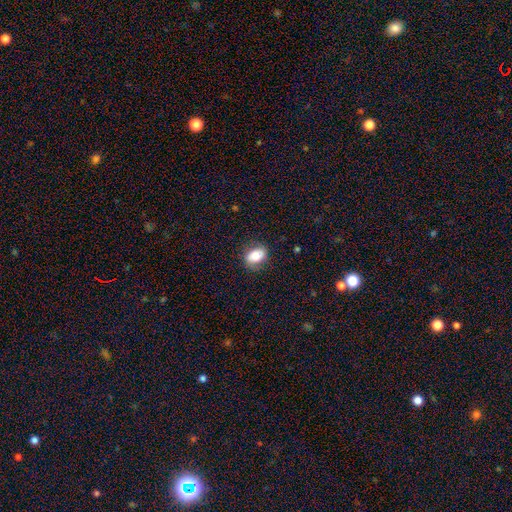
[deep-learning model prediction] Smooth or featured: smooth — 76% (featured or disk — 16%)
How rounded: in between — 79% (round — 19%)
Merging: none — 81% (minor disturbance — 14%)